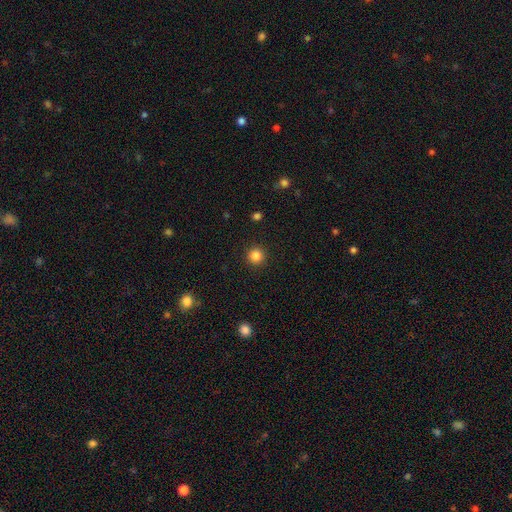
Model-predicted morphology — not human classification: This is clearly a smooth galaxy (85%). How rounded: clearly round (95%). Merging: clearly none (92%).